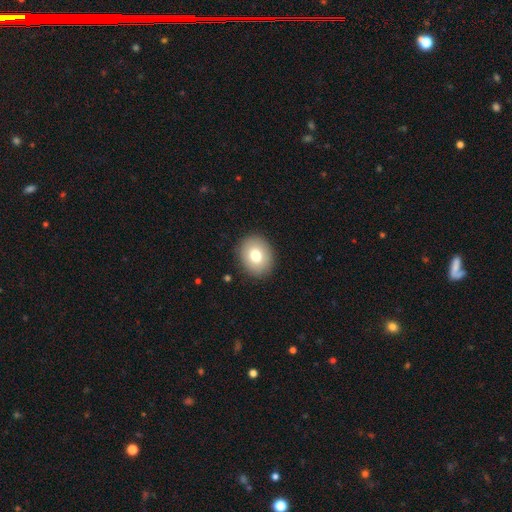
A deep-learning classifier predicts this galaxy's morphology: Smooth or featured? Predicted: smooth (p=0.78). How rounded? Predicted: round (p=0.54). Merging? Predicted: none (p=0.89).